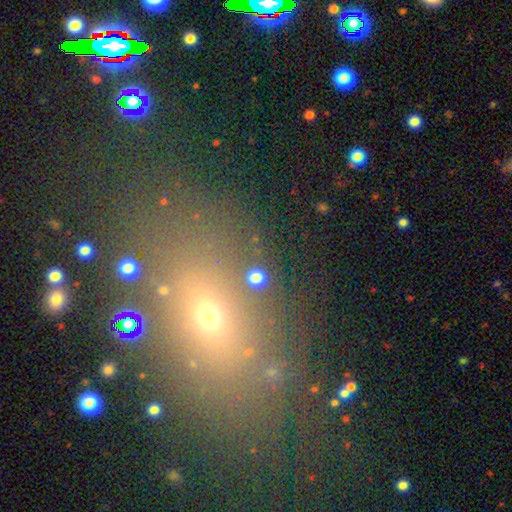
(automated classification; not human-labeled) Smooth or featured?
  - smooth: 54% *
  - star or artifact: 28%
  - featured or disk: 18%
How rounded?
  - in between: 74% *
  - round: 20%
  - cigar-shaped: 6%
Merging?
  - none: 77% *
  - minor disturbance: 12%
  - major disturbance: 7%
  - merger: 4%